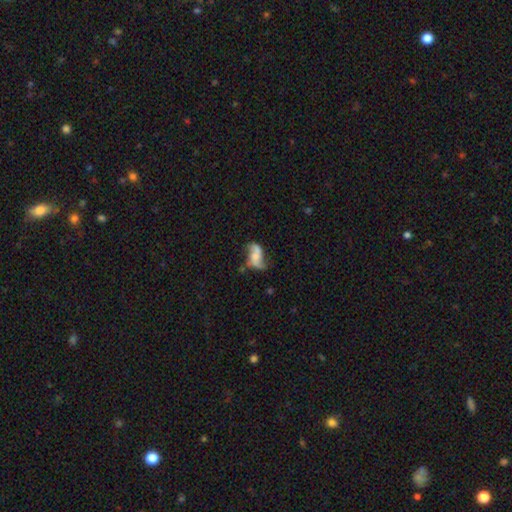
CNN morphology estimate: Smooth or featured? featured or disk (64%)
Edge-on disk? no (96%)
Bar? no (59%)
Spiral arms? yes (84%)
Spiral winding? loose (78%)
Spiral arm count? 2 (87%)
Bulge size? none (37%)
Merging? none (46%)